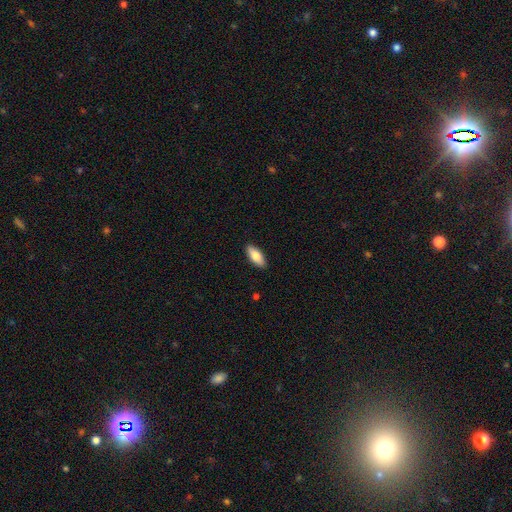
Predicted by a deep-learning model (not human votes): Overall: smooth (76%). How rounded: in between (80%). Merging: none (90%).